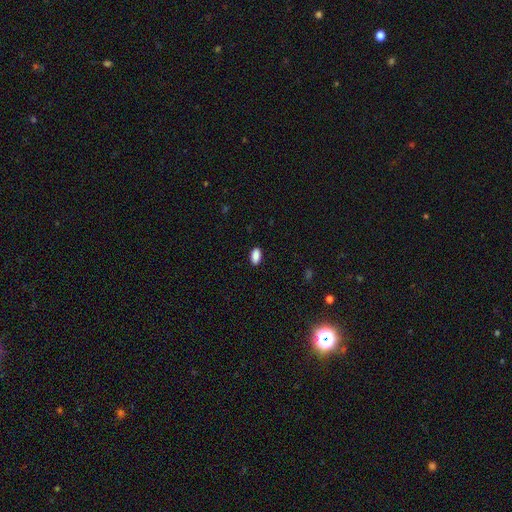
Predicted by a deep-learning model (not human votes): Smooth or featured: smooth — 89% (star or artifact — 8%)
How rounded: in between — 92% (cigar-shaped — 4%)
Merging: none — 89% (minor disturbance — 8%)